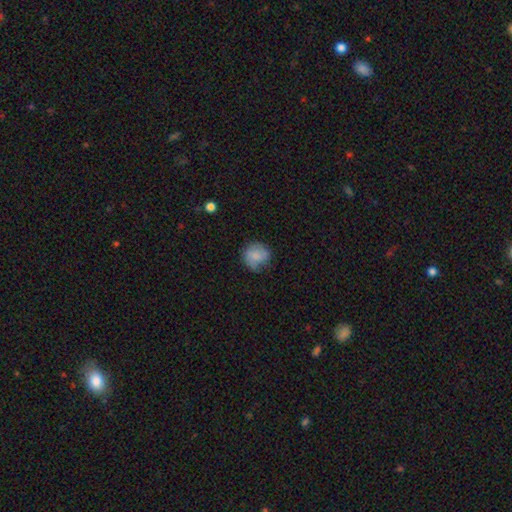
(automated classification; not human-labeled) This appears to be a smooth galaxy with no disk features (74%) that is round (84%). Merging: none (65%).